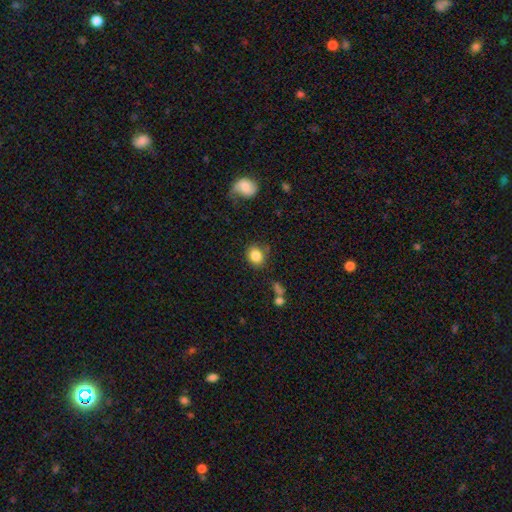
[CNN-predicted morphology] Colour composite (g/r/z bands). It shows a smooth galaxy with no disk features (84%) that is round (64%). Merging: none (80%).